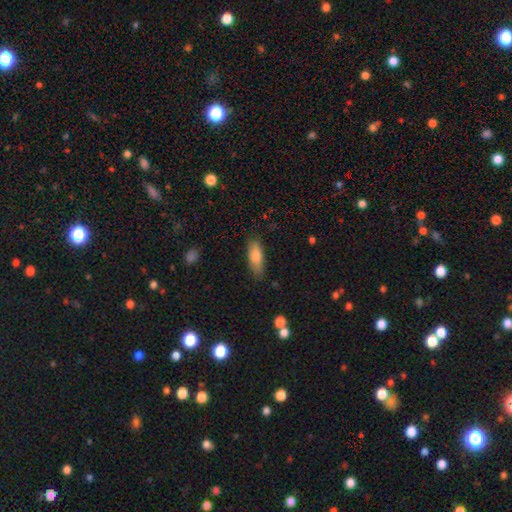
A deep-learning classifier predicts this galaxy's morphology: Smooth or featured?
  - smooth: 79% *
  - featured or disk: 14%
  - star or artifact: 7%
How rounded?
  - in between: 58% *
  - cigar-shaped: 40%
  - round: 2%
Merging?
  - none: 80% *
  - minor disturbance: 15%
  - major disturbance: 3%
  - merger: 2%